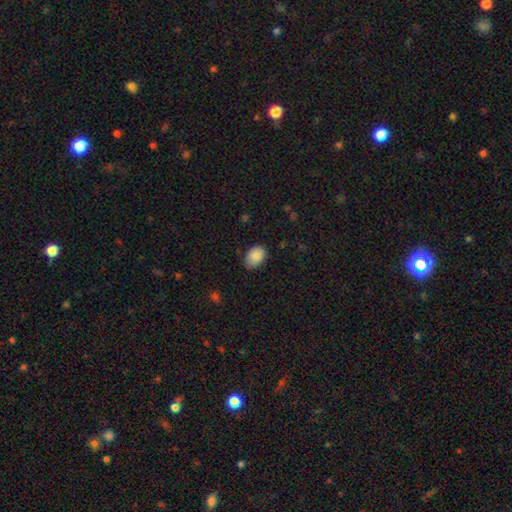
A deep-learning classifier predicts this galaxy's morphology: Smooth or featured? smooth (89%)
How rounded? in between (79%)
Merging? none (74%)